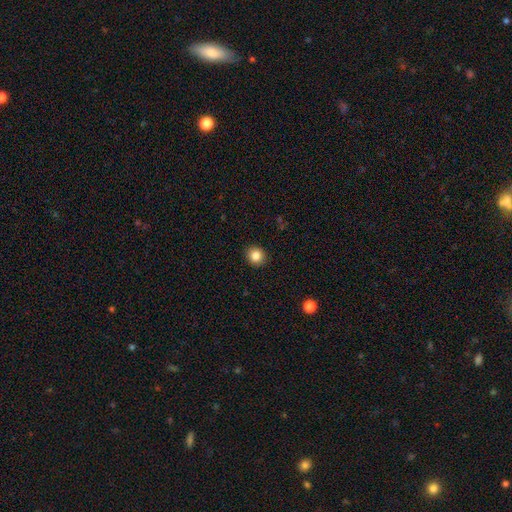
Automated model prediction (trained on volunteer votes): smooth_or_featured: smooth (p=0.84) [alt: star or artifact p=0.10]
how_rounded: round (p=0.87) [alt: in between p=0.12]
merging: none (p=0.92) [alt: minor disturbance p=0.06]